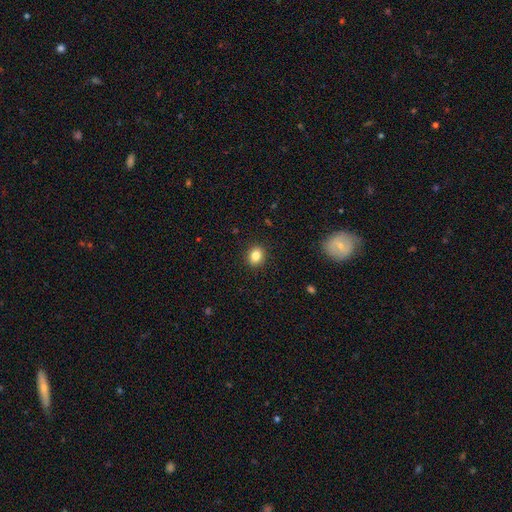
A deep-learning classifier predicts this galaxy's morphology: A smooth galaxy with no disk features (84%) that is round (65%). Merging: none (91%).